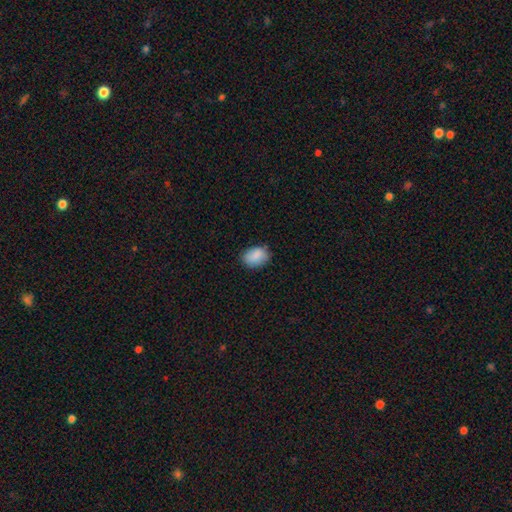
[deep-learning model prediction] Smooth or featured? Predicted: smooth (p=0.87). How rounded? Predicted: in between (p=0.79). Merging? Predicted: none (p=0.78).